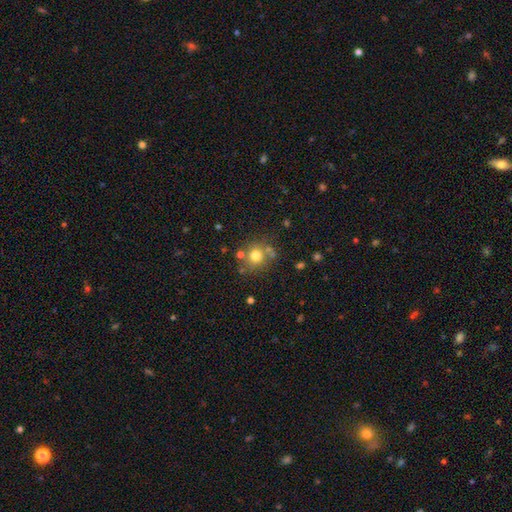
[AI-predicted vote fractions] Smooth or featured: smooth — 74% (star or artifact — 15%)
How rounded: round — 89% (in between — 11%)
Merging: none — 70% (merger — 14%)